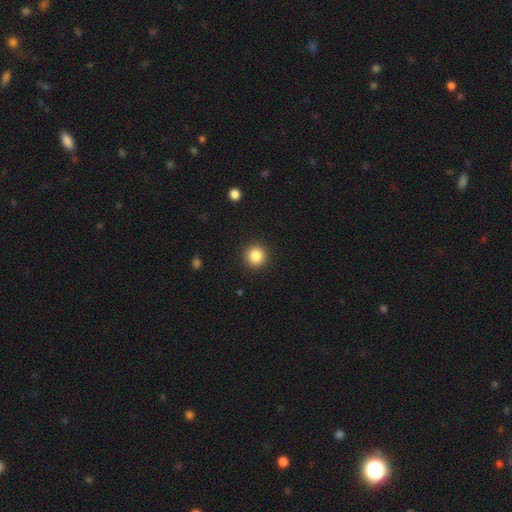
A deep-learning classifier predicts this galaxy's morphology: Smooth or featured? Predicted: smooth (p=0.86). How rounded? Predicted: round (p=0.94). Merging? Predicted: none (p=0.92).